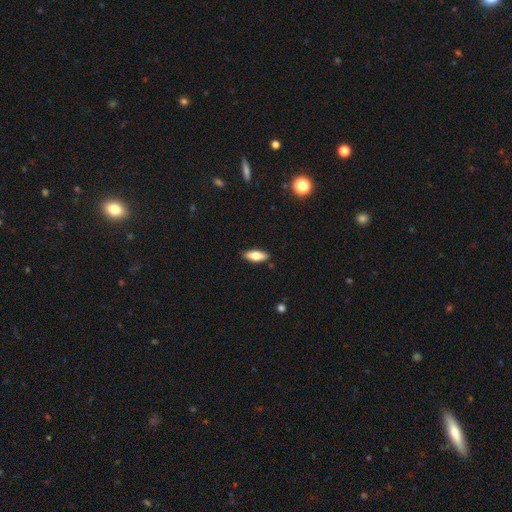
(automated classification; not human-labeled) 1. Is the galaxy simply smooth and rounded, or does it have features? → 69% smooth, 25% featured or disk, 6% star or artifact.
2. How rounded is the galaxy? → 72% in between, 26% cigar-shaped, 3% round.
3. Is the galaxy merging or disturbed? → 88% none, 9% minor disturbance, 2% major disturbance, 1% merger.